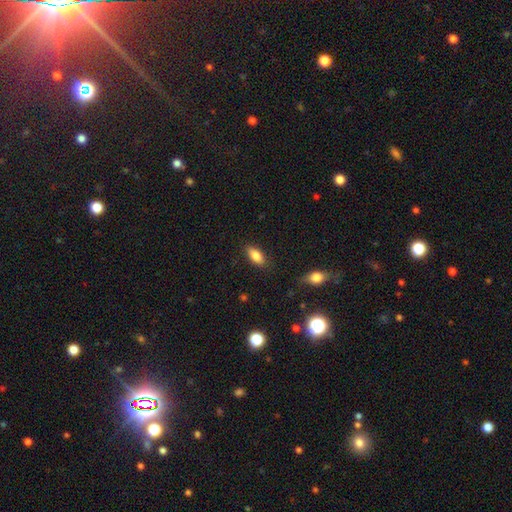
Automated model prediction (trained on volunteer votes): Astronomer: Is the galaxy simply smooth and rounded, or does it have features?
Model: smooth — 83%.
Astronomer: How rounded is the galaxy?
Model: in between — 87%.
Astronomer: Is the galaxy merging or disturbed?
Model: none — 85%.